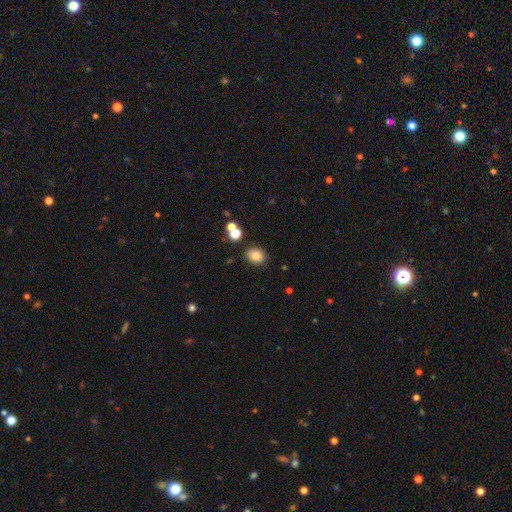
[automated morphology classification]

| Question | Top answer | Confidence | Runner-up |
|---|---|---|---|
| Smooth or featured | smooth | 81% | star or artifact (12%) |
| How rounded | round | 54% | in between (46%) |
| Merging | none | 82% | minor disturbance (10%) |